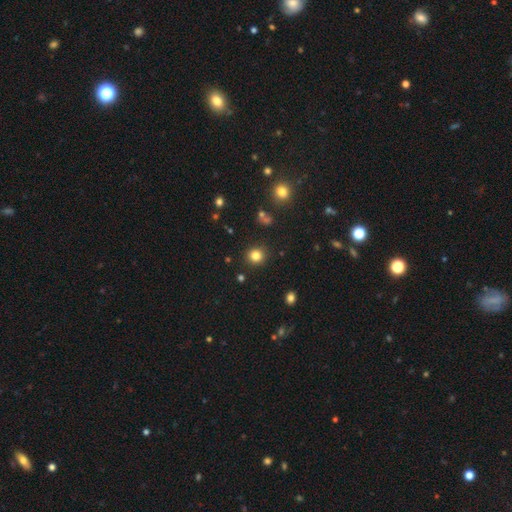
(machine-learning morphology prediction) Smooth or featured? Predicted: smooth (p=0.81). How rounded? Predicted: round (p=0.89). Merging? Predicted: none (p=0.90).